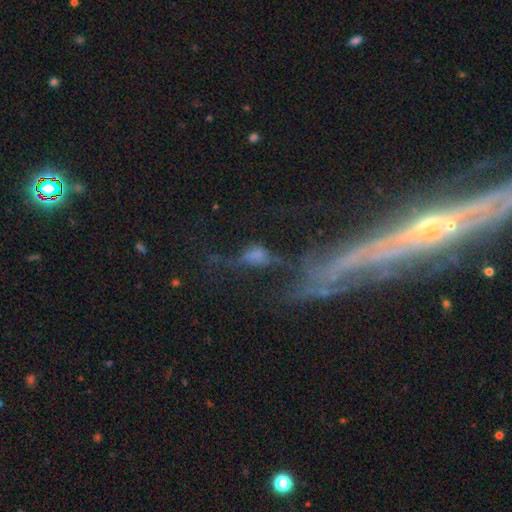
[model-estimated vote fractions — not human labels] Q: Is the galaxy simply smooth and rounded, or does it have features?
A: smooth — 39%.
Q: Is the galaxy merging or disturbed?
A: major disturbance — 35%.